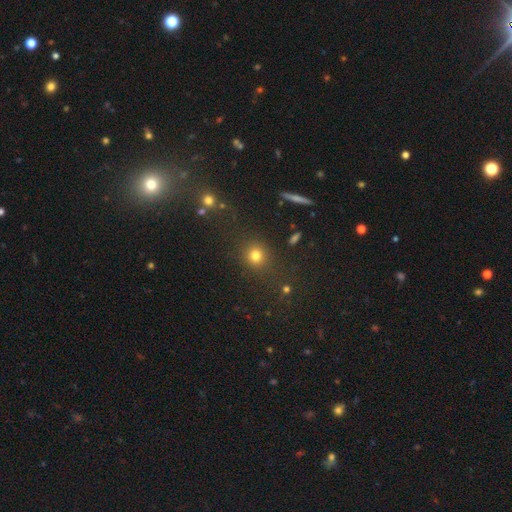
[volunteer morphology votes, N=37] This appears to be a smooth galaxy with no disk features (81%) that is round (83%). Merging: none (94%).